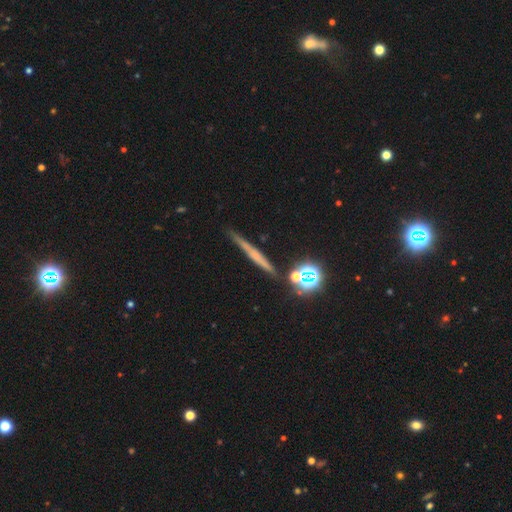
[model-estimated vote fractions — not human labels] smooth-or-featured: featured or disk: 42% | smooth: 39% | star or artifact: 19%
  merging: none: 82% | minor disturbance: 10% | merger: 4% | major disturbance: 3%